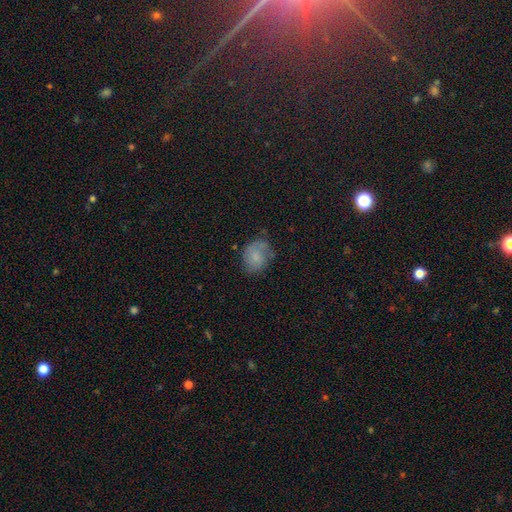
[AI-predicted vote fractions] Overall: smooth (70%). How rounded: in between (50%; round 49%). Merging: none (58%; minor disturbance 28%).